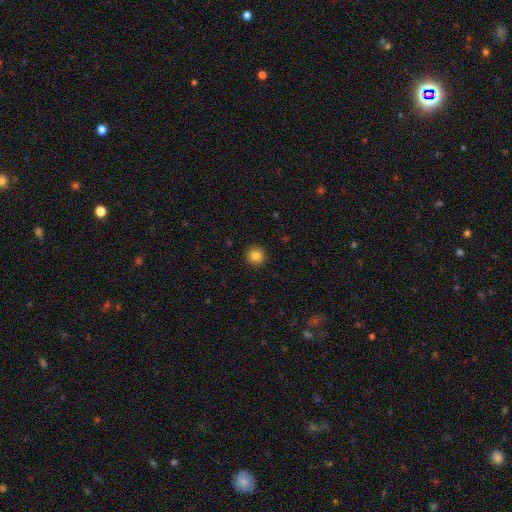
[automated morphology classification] A smooth galaxy with no disk features (84%) that is round (92%).

Vote fractions:
- Smooth or featured? smooth: 84% / star or artifact: 10% / featured or disk: 6%
- How rounded? round: 92% / in between: 7% / cigar-shaped: 1%
- Merging? none: 92% / minor disturbance: 5% / major disturbance: 2% / merger: 1%